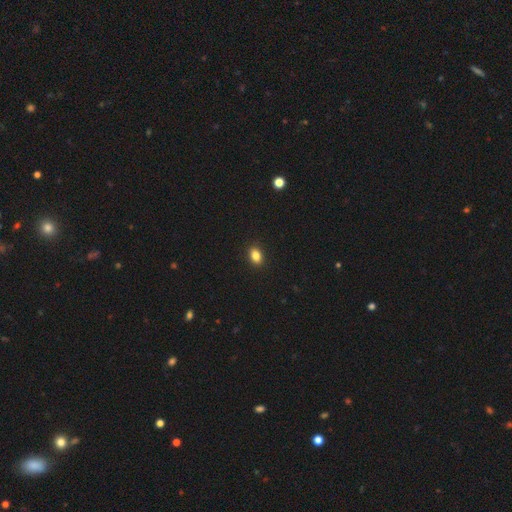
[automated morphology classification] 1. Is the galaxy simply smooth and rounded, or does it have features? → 84% smooth, 10% star or artifact, 5% featured or disk.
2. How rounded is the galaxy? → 78% in between, 20% round, 2% cigar-shaped.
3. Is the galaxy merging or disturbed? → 91% none, 7% minor disturbance, 2% major disturbance, 1% merger.